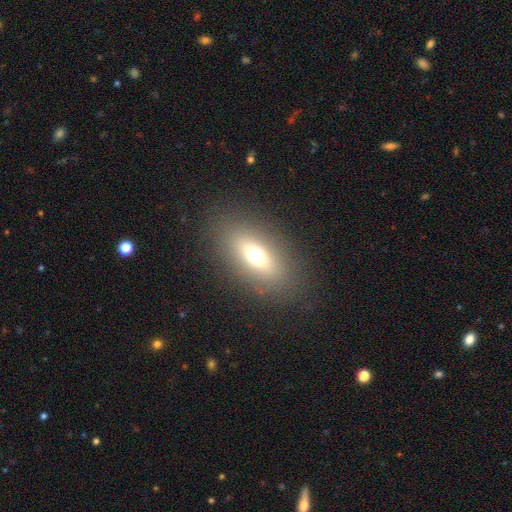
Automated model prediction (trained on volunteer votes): Morphology: type=smooth (61%); roundness=in between (77%); merging=none (85%).